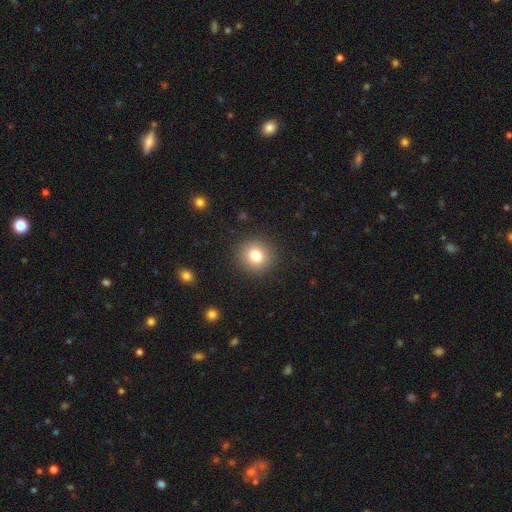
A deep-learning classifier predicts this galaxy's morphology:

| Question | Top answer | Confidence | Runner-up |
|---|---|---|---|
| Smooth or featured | smooth | 79% | star or artifact (11%) |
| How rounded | round | 92% | in between (7%) |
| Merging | none | 91% | minor disturbance (6%) |